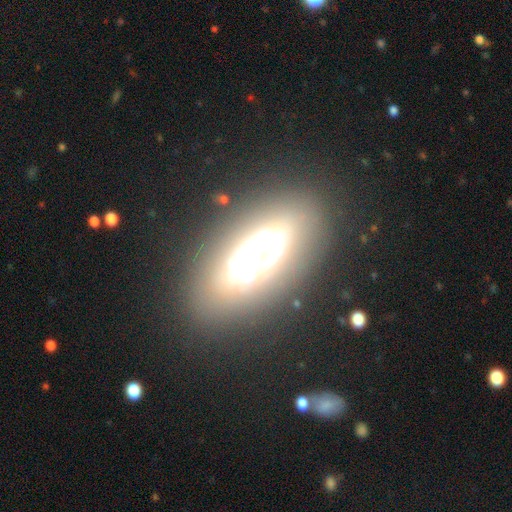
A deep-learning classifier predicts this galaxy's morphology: Overall: featured or disk (63%). Edge-on disk: no (72%). Merging: none (71%).